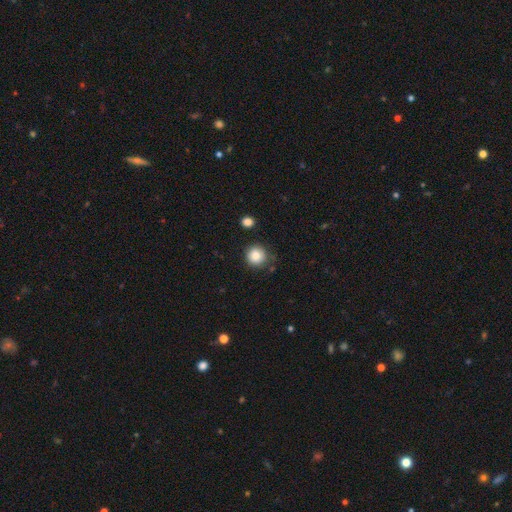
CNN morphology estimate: This appears to be a smooth galaxy with no disk features (85%) that is round (94%). Merging: none (82%).